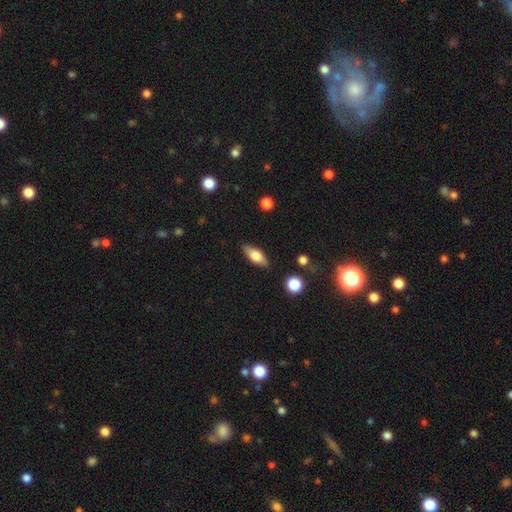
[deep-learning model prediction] Q: Smooth or featured?
A: smooth (66%); runner-up: featured or disk (27%)
Q: How rounded?
A: in between (76%); runner-up: cigar-shaped (20%)
Q: Merging?
A: none (85%); runner-up: minor disturbance (11%)